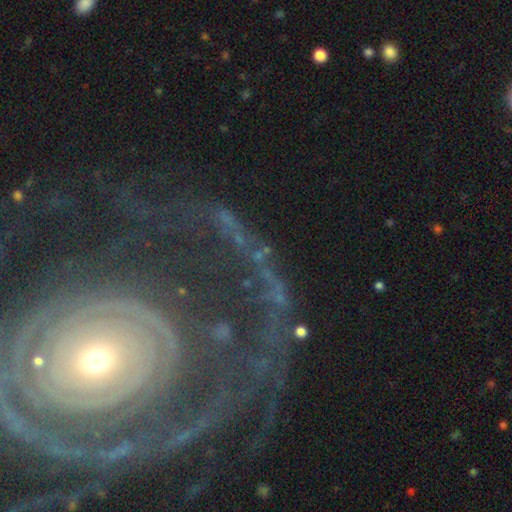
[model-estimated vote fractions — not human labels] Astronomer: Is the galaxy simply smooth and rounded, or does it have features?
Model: featured or disk — 60%.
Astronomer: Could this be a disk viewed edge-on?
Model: no — 87%.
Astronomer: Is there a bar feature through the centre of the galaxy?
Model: no — 47% (runner-up: strong, 27%).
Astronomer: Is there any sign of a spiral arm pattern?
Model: yes — 84%.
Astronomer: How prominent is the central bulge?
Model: small — 54% (runner-up: moderate, 32%).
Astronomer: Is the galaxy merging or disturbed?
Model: none — 63%.